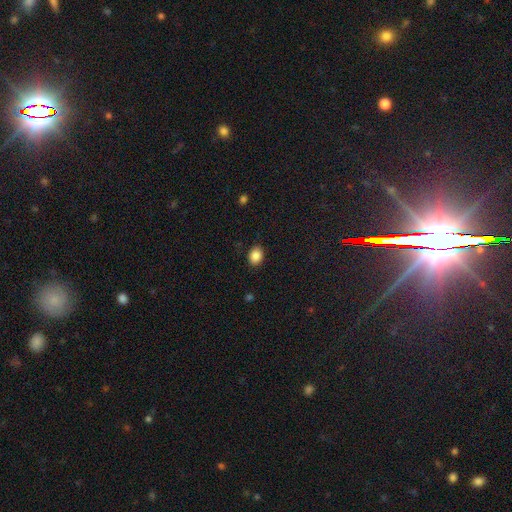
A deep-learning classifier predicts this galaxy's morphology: Smooth or featured: smooth — 87% (star or artifact — 9%)
How rounded: in between — 56% (round — 43%)
Merging: none — 88% (minor disturbance — 8%)